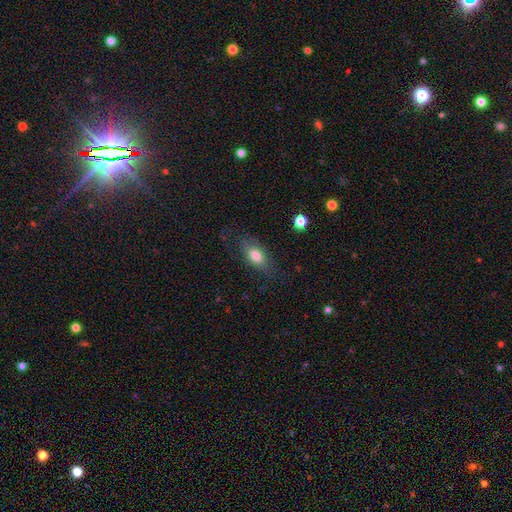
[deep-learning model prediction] smooth-or-featured: smooth: 74% | featured or disk: 18% | star or artifact: 8%
  how-rounded: in between: 83% | cigar-shaped: 9% | round: 8%
  merging: none: 70% | minor disturbance: 20% | major disturbance: 9% | merger: 1%